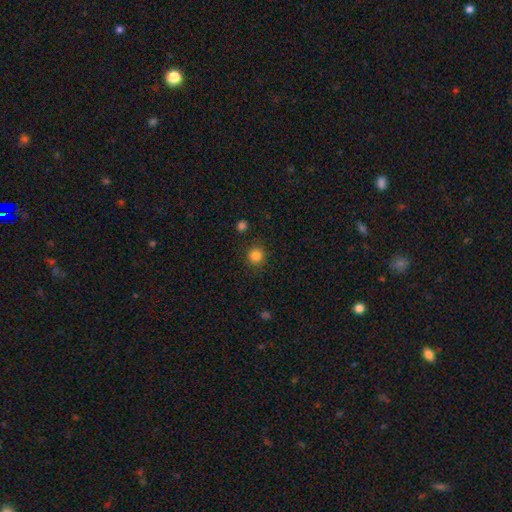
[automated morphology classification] Smooth or featured? Predicted: smooth (p=0.84). How rounded? Predicted: round (p=0.91). Merging? Predicted: none (p=0.87).